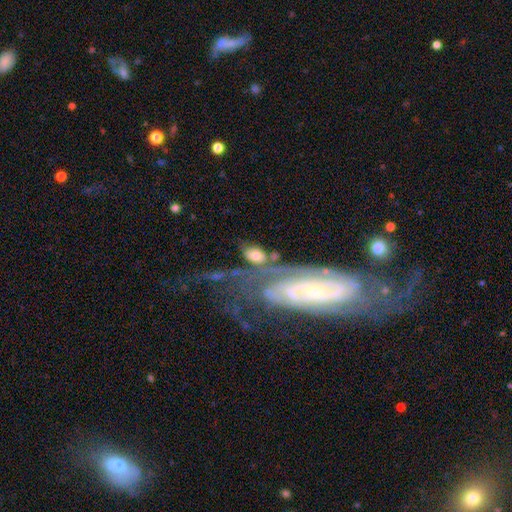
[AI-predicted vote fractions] This is possibly a smooth galaxy (56%). How rounded: clearly in between (82%). Merging: possibly none (46%).